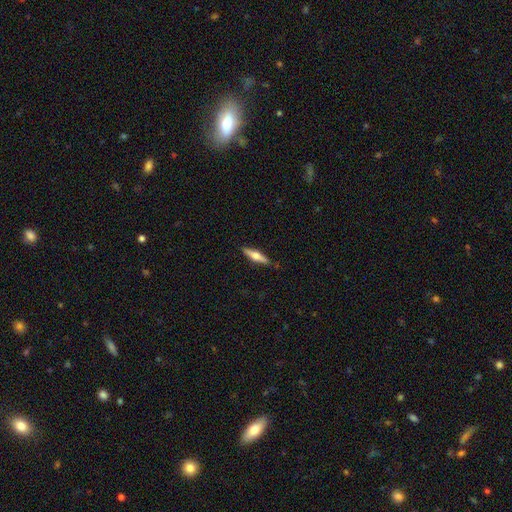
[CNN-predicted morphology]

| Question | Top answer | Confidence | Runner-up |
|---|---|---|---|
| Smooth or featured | featured or disk | 52% | smooth (43%) |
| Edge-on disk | yes | 95% | no (5%) |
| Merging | none | 87% | minor disturbance (10%) |